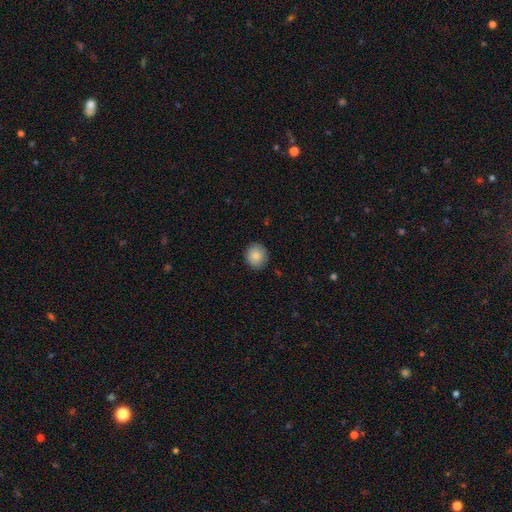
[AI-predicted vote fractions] Smooth or featured? Predicted: smooth (p=0.86). How rounded? Predicted: round (p=0.84). Merging? Predicted: none (p=0.88).